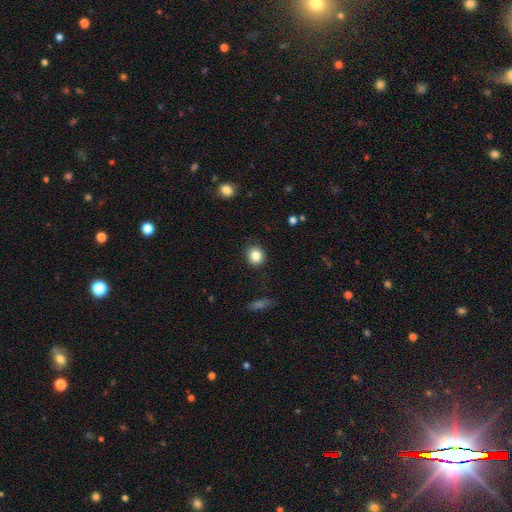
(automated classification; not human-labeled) Smooth or featured: smooth — 84% (star or artifact — 10%)
How rounded: round — 85% (in between — 14%)
Merging: none — 90% (minor disturbance — 7%)